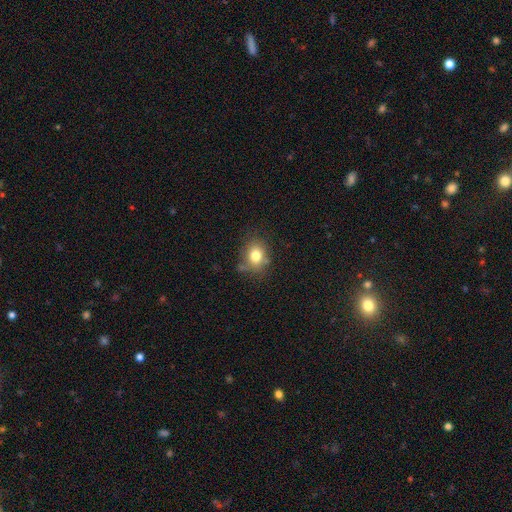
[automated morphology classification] A smooth galaxy with no disk features (79%) that is round (54%).

Vote fractions:
- Smooth or featured? smooth: 79% / star or artifact: 11% / featured or disk: 10%
- How rounded? round: 54% / in between: 46% / cigar-shaped: 1%
- Merging? none: 69% / minor disturbance: 20% / major disturbance: 6% / merger: 5%